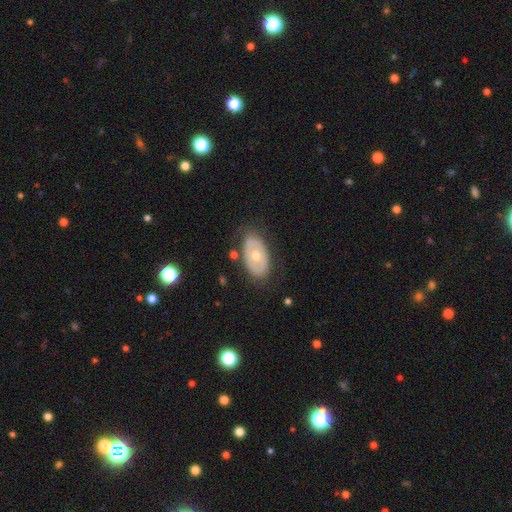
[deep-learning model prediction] This appears to be a featured or disk galaxy (51%). Merging: none (78%).